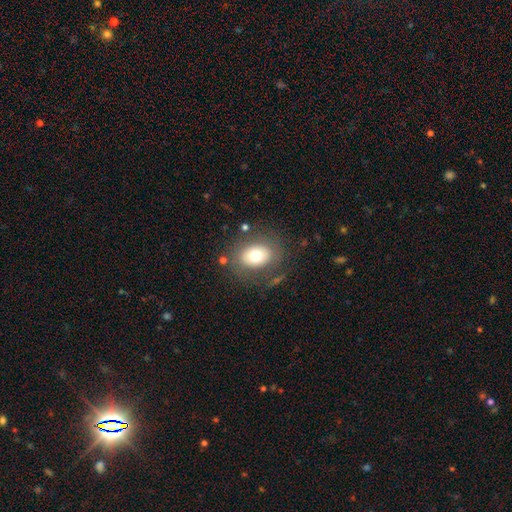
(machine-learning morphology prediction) Smooth or featured? Predicted: smooth (p=0.69). How rounded? Predicted: in between (p=0.58). Merging? Predicted: none (p=0.75).